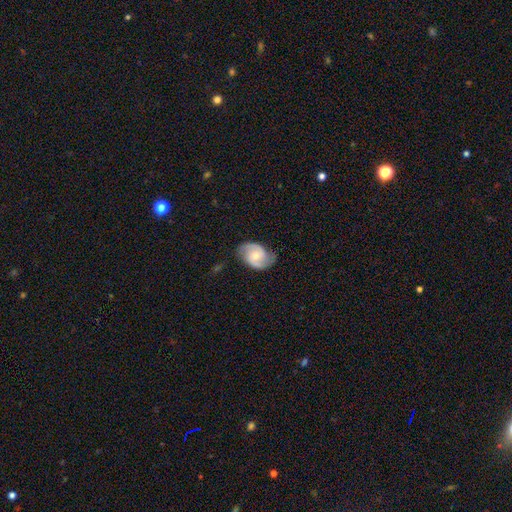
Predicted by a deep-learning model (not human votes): Overall: featured or disk (81%). Edge-on disk: no (98%). Bar: no (53%; weak 38%). Spiral arms: yes (96%). Spiral arm count: 2 (91%). Spiral winding: medium (52%; tight 28%). Bulge size: moderate (47%; small 45%). Merging: none (77%).